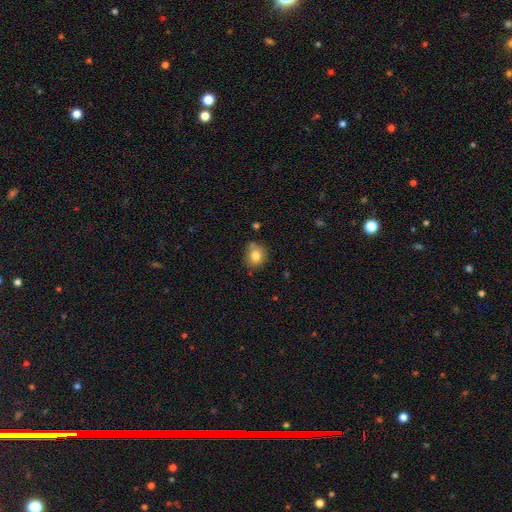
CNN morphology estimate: Overall: smooth (80%). How rounded: round (79%). Merging: none (72%).